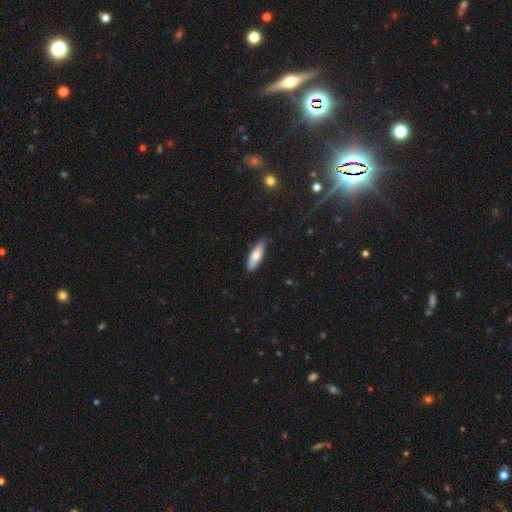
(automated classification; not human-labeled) The model was most divided on "how rounded": cigar-shaped: 54%, in between: 44%, round: 2%. More confident: merging — none (78%); smooth or featured — smooth (73%).